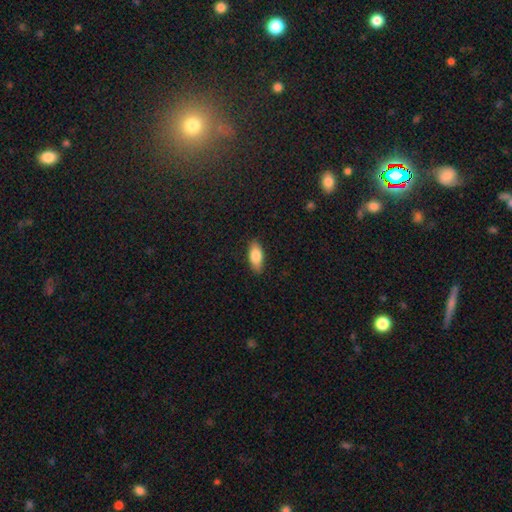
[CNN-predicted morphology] A smooth galaxy with no disk features (82%) that is in between round and cigar-shaped (83%). Merging: none (87%).